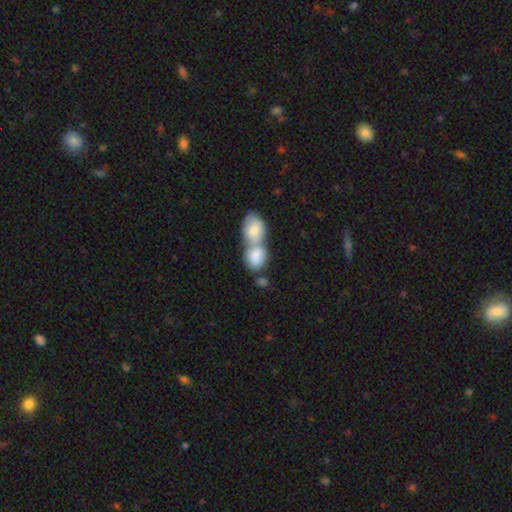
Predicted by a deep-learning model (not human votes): Morphology: type=smooth (80%); roundness=in between (61%); merging=merger (74%).